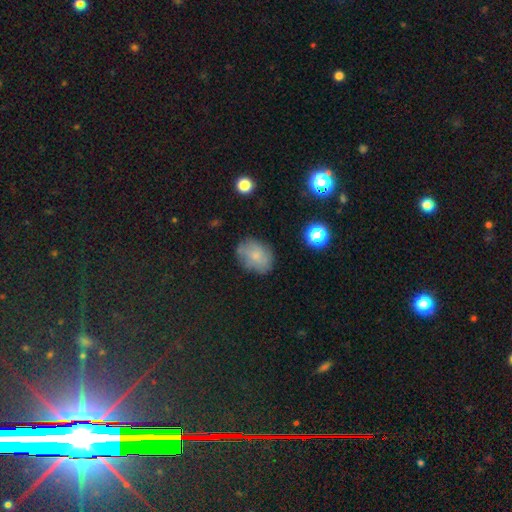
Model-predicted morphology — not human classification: Smooth or featured: smooth — 67% (featured or disk — 21%)
How rounded: in between — 68% (round — 30%)
Merging: none — 72% (minor disturbance — 20%)